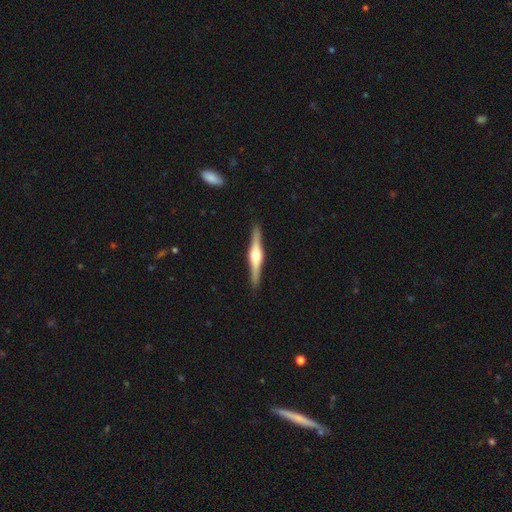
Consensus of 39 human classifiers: Overall: featured or disk (56%; smooth 36%). Edge-on disk: yes (100%). Edge-on bulge: rounded (82%). Merging: none (92%).